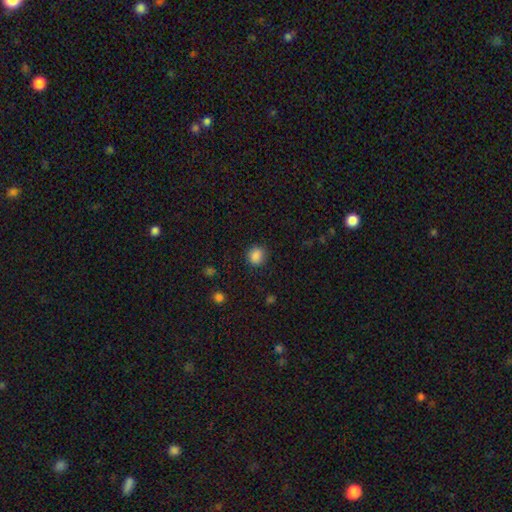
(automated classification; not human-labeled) Smooth or featured? Predicted: smooth (p=0.86). How rounded? Predicted: round (p=0.81). Merging? Predicted: none (p=0.86).